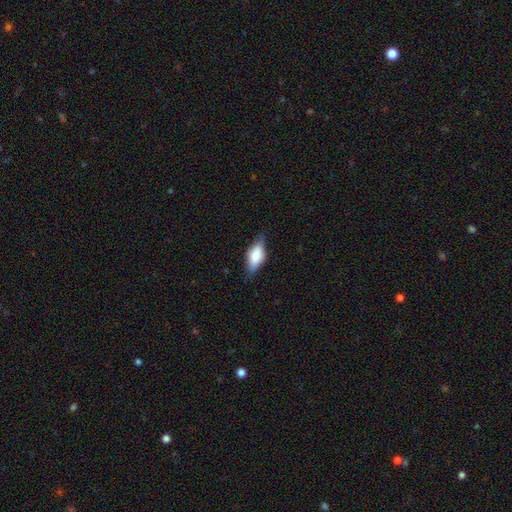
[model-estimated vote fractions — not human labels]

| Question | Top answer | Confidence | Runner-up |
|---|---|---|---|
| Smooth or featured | smooth | 67% | featured or disk (26%) |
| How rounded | in between | 82% | cigar-shaped (15%) |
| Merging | none | 76% | minor disturbance (19%) |